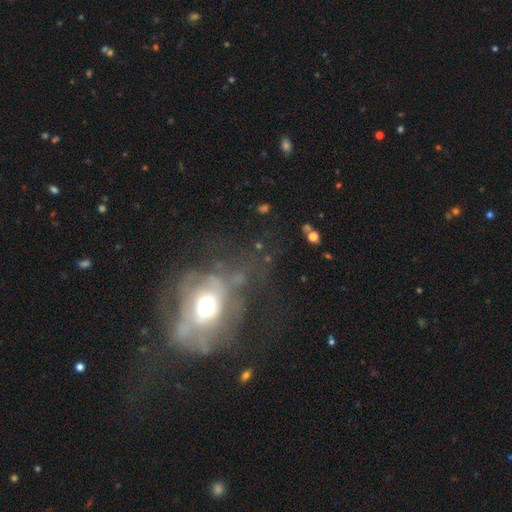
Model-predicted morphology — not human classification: Smooth or featured?
  - featured or disk: 61% *
  - smooth: 20%
  - star or artifact: 19%
Edge-on disk?
  - no: 88% *
  - yes: 12%
Bar?
  - no: 66% *
  - weak: 21%
  - strong: 13%
Spiral arms?
  - no: 60% *
  - yes: 40%
Bulge size?
  - moderate: 62% *
  - large: 21%
  - small: 11%
  - dominant: 4%
  - none: 2%
Merging?
  - major disturbance: 40% *
  - none: 38%
  - minor disturbance: 17%
  - merger: 4%